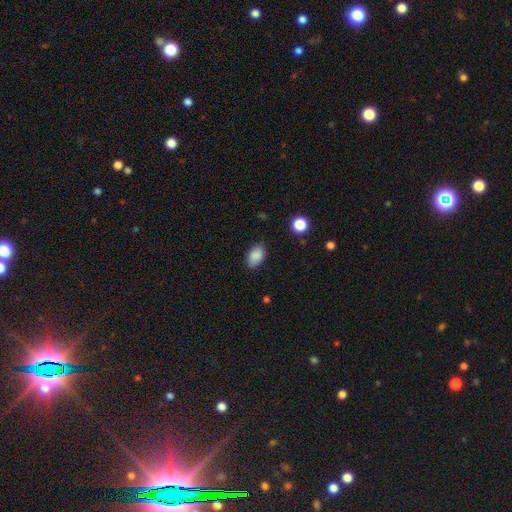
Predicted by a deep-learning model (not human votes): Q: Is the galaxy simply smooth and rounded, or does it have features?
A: smooth — 87%.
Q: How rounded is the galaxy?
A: in between — 90%.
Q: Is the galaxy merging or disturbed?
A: none — 81%.